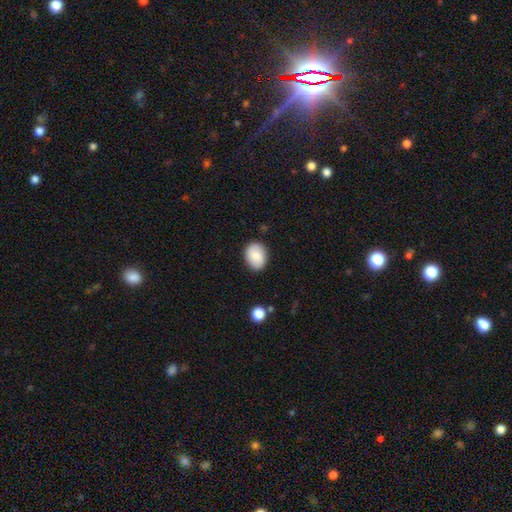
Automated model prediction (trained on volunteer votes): Smooth or featured? Predicted: smooth (p=0.79). How rounded? Predicted: in between (p=0.61). Merging? Predicted: none (p=0.83).